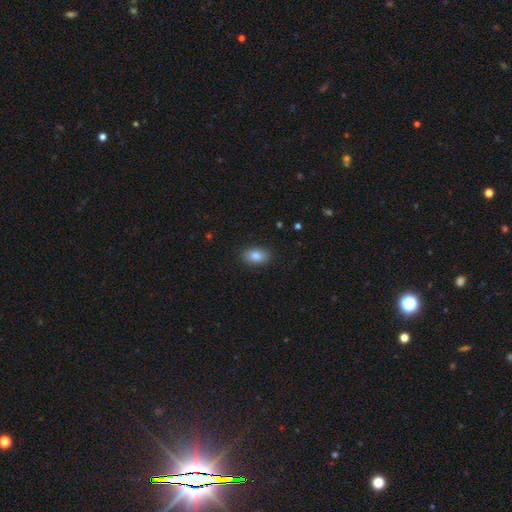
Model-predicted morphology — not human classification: Q: Smooth or featured?
A: smooth (84%); runner-up: star or artifact (8%)
Q: How rounded?
A: in between (87%); runner-up: round (12%)
Q: Merging?
A: none (87%); runner-up: minor disturbance (10%)